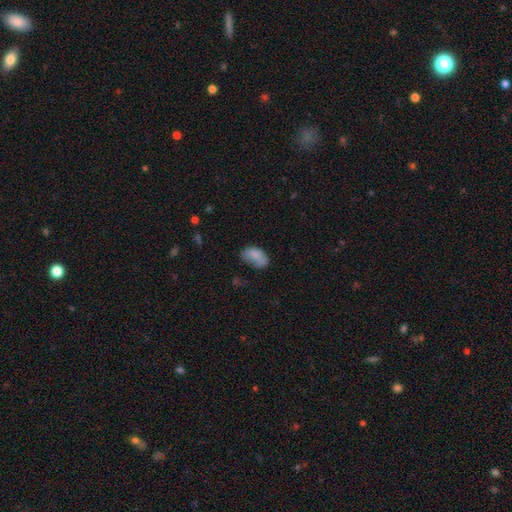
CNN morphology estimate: Q: Smooth or featured?
A: smooth (78%); runner-up: featured or disk (12%)
Q: How rounded?
A: in between (91%); runner-up: round (7%)
Q: Merging?
A: none (44%); runner-up: minor disturbance (33%)